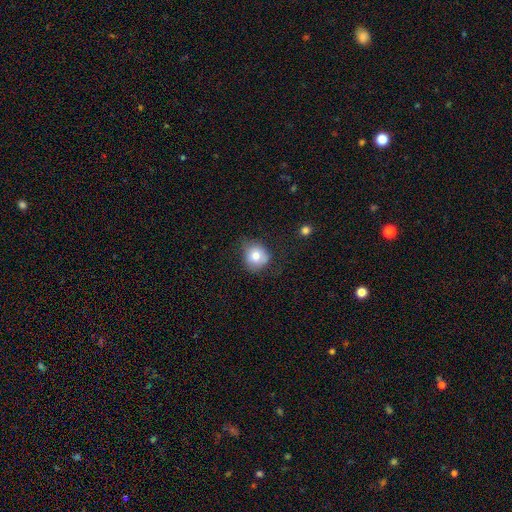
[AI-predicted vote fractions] Smooth or featured?
  - smooth: 75% *
  - featured or disk: 15%
  - star or artifact: 10%
How rounded?
  - round: 80% *
  - in between: 19%
  - cigar-shaped: 1%
Merging?
  - none: 59% *
  - minor disturbance: 29%
  - major disturbance: 9%
  - merger: 2%